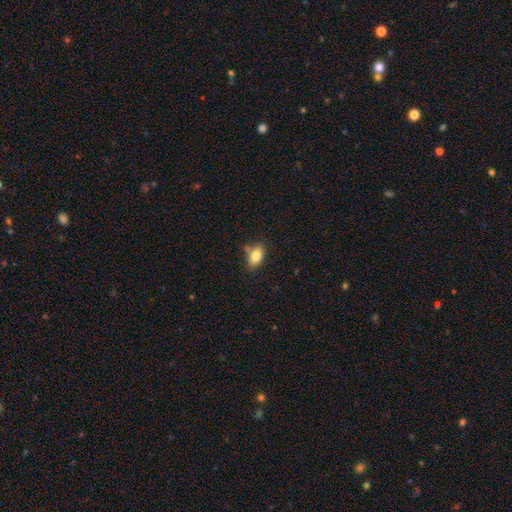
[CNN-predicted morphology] Smooth or featured? Predicted: smooth (p=0.82). How rounded? Predicted: in between (p=0.88). Merging? Predicted: none (p=0.69).